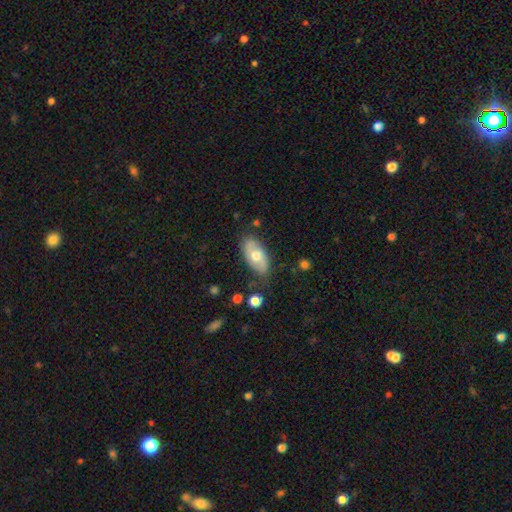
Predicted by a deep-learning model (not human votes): smooth_or_featured: smooth (p=0.59) [alt: featured or disk p=0.35]
how_rounded: in between (p=0.92) [alt: cigar-shaped p=0.04]
merging: none (p=0.74) [alt: minor disturbance p=0.19]